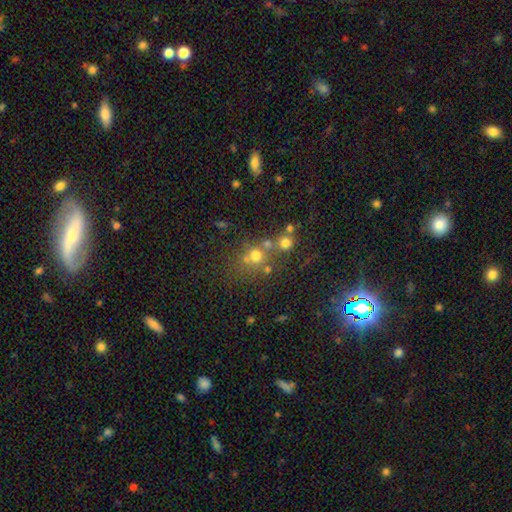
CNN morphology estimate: Smooth or featured: smooth — 62% (star or artifact — 23%)
How rounded: round — 85% (in between — 14%)
Merging: none — 55% (merger — 29%)